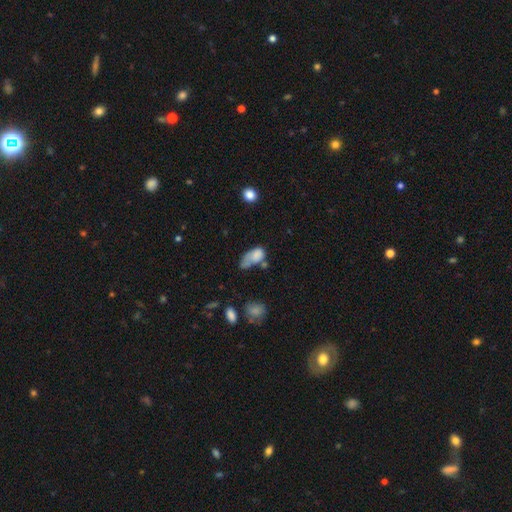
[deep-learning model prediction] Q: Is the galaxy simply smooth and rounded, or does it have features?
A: smooth — 74%.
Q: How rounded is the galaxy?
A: in between — 88%.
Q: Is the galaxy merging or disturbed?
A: major disturbance — 30%.